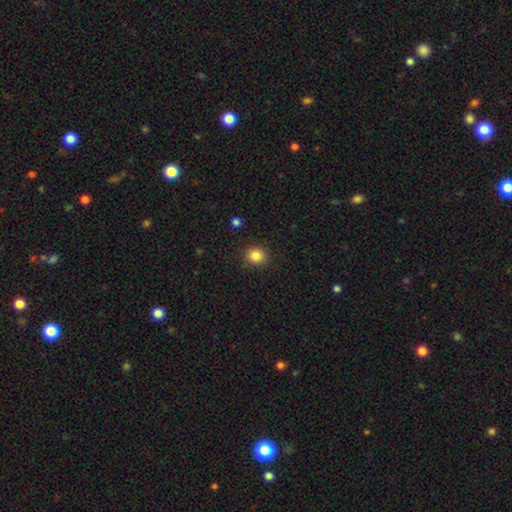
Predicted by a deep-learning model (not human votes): Smooth or featured? Predicted: smooth (p=0.85). How rounded? Predicted: round (p=0.81). Merging? Predicted: none (p=0.88).